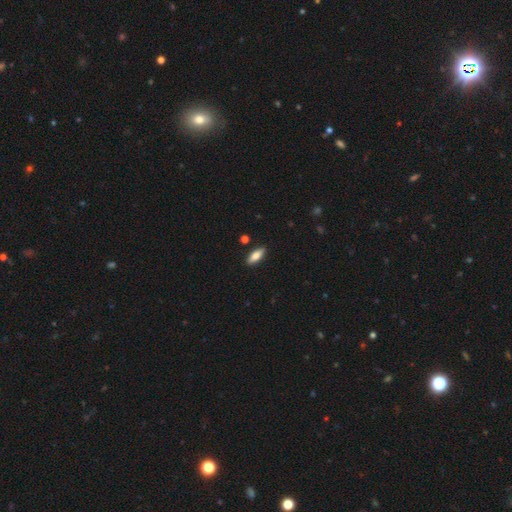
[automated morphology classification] smooth 78%, featured or disk 16%, star or artifact 6%. Down the decision tree: how rounded — in between (69%); merging — none (88%).